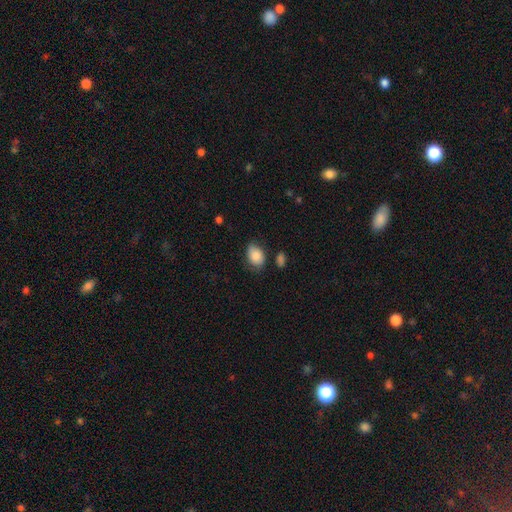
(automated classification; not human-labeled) Smooth or featured? Predicted: smooth (p=0.86). How rounded? Predicted: in between (p=0.81). Merging? Predicted: none (p=0.67).